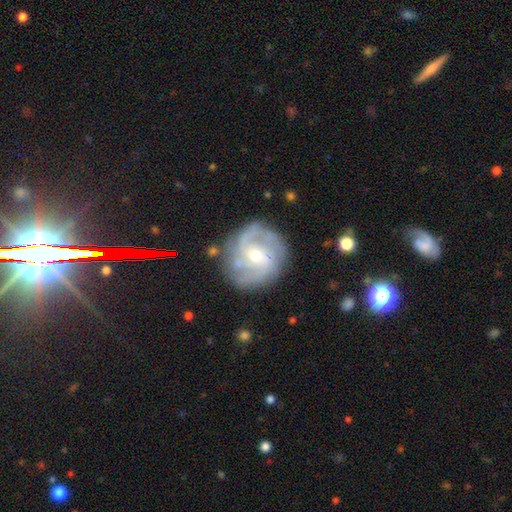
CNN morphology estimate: smooth_or_featured: featured or disk (p=0.83) [alt: smooth p=0.11]
disk_edge_on: no (p=0.98) [alt: yes p=0.02]
bar: no (p=0.49) [alt: weak p=0.41]
has_spiral_arms: yes (p=0.94) [alt: no p=0.06]
spiral_winding: medium (p=0.44) [alt: tight p=0.39]
spiral_arm_count: 2 (p=0.35) [alt: 3 p=0.25]
bulge_size: moderate (p=0.48) [tied with: small p=0.48]
merging: none (p=0.79) [alt: minor disturbance p=0.13]